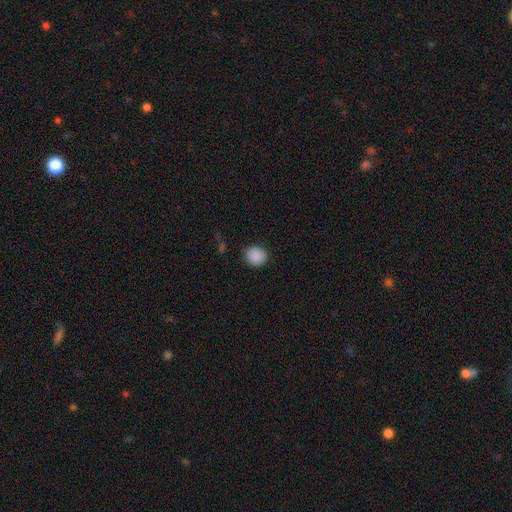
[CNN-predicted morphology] A smooth galaxy with no disk features (88%) that is round (85%). Merging: none (87%).